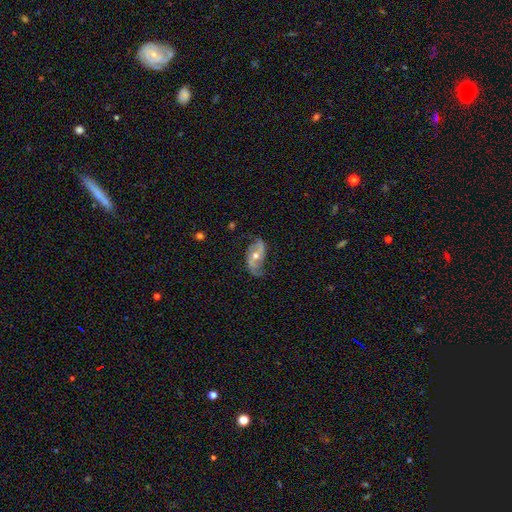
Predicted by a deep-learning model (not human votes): A featured or disk galaxy (80%) with no bar (49%), 2 (89%) loose (55%) spiral arms (91%) and a moderate central bulge (65%).

Vote fractions:
- Smooth or featured? featured or disk: 80% / smooth: 13% / star or artifact: 7%
- Edge-on disk? no: 95% / yes: 5%
- Bar? no: 49% / weak: 33% / strong: 18%
- Spiral arms? yes: 91% / no: 9%
- Spiral winding? loose: 55% / medium: 32% / tight: 13%
- Spiral arm count? 2: 89% / can't tell: 5% / 1: 3% / 3: 1% / 4: 1% / more than 4: 1%
- Bulge size? moderate: 65% / small: 31% / large: 2% / none: 1% / dominant: 1%
- Merging? none: 68% / minor disturbance: 22% / major disturbance: 9% / merger: 1%